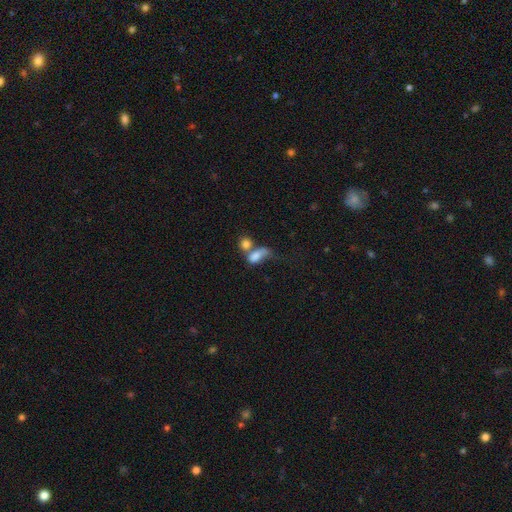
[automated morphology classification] The model was most divided on "merging": merger: 59%, none: 17%, major disturbance: 14%, minor disturbance: 10%. More confident: how rounded — in between (76%); smooth or featured — smooth (75%).